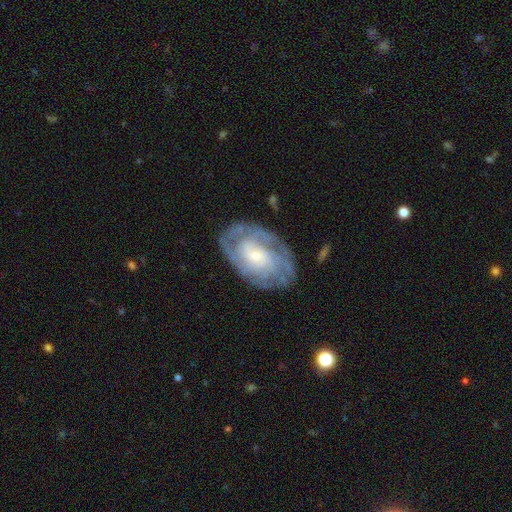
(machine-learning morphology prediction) Smooth or featured: featured or disk — 76% (smooth — 18%)
Edge-on disk: no — 96% (yes — 4%)
Bar: no — 69% (weak — 25%)
Spiral arms: yes — 86% (no — 14%)
Spiral winding: tight — 66% (medium — 26%)
Spiral arm count: can't tell — 52% (2 — 16%)
Bulge size: small — 63% (moderate — 29%)
Merging: none — 74% (minor disturbance — 17%)